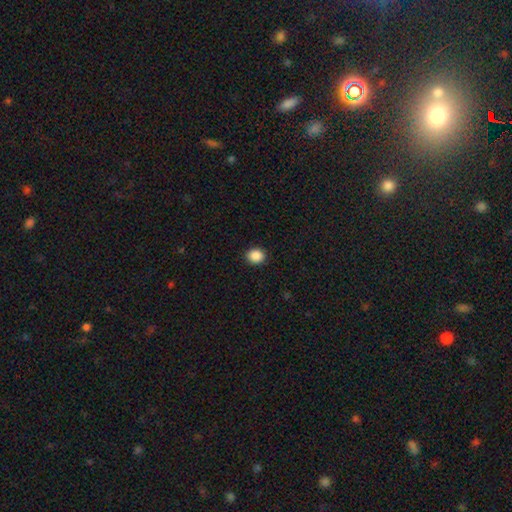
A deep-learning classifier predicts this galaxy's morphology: Smooth or featured? Predicted: smooth (p=0.89). How rounded? Predicted: round (p=0.70). Merging? Predicted: none (p=0.92).